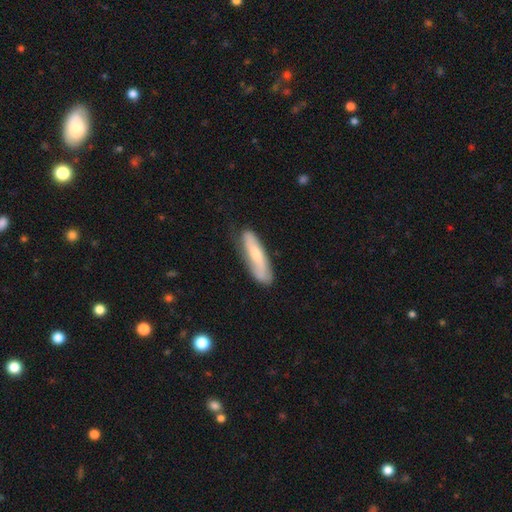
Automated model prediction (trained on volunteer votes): This is possibly a smooth galaxy (52%). How rounded: likely cigar-shaped (73%). Merging: likely none (72%).